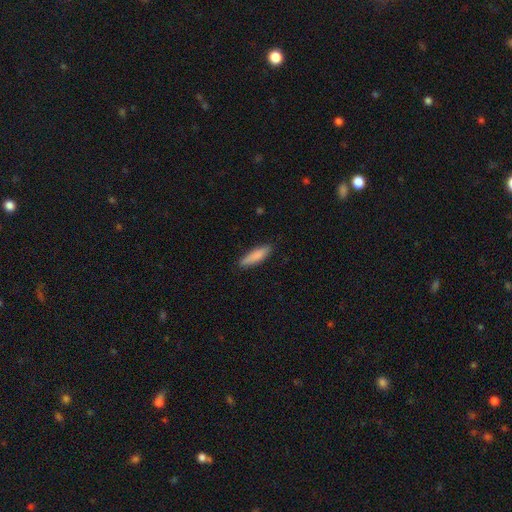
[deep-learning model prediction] Overall: smooth (83%). How rounded: cigar-shaped (69%). Merging: none (85%).